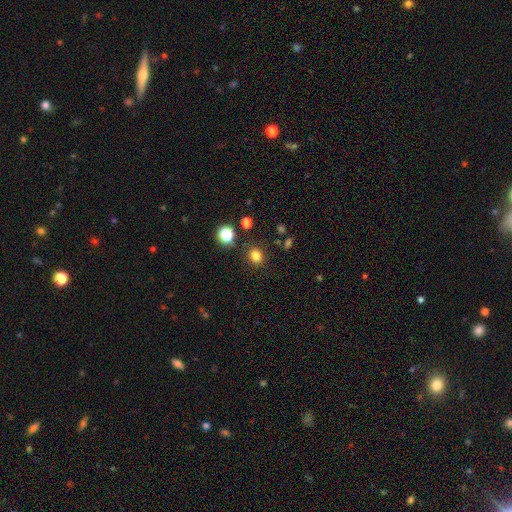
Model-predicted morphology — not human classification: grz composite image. It shows a smooth galaxy with no disk features (80%) that is round (78%). Merging: none (85%).